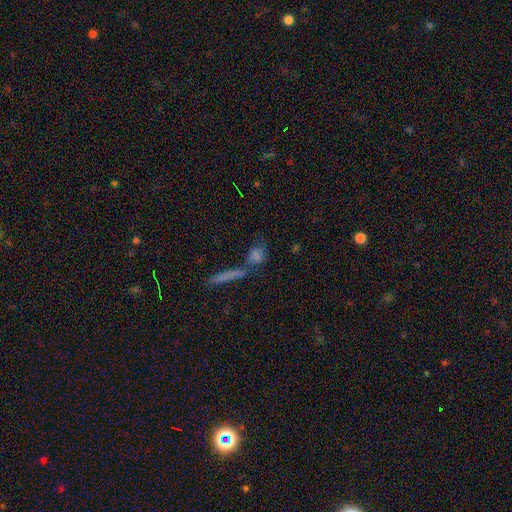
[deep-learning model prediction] Q: Smooth or featured?
A: smooth (61%); runner-up: featured or disk (22%)
Q: How rounded?
A: cigar-shaped (44%); runner-up: in between (36%)
Q: Merging?
A: none (47%); runner-up: merger (34%)